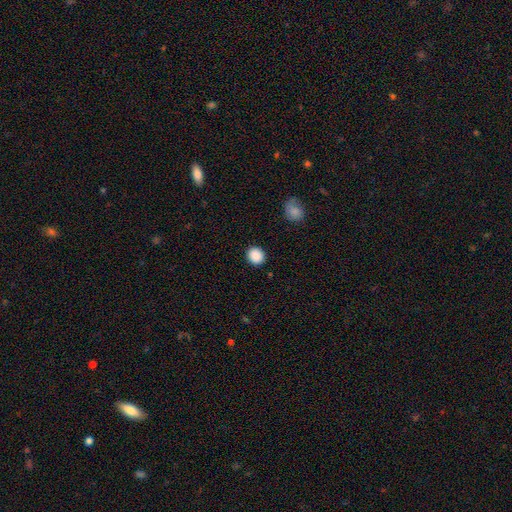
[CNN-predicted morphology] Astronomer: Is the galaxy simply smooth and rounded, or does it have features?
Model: smooth — 89%.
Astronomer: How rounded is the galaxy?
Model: round — 79%.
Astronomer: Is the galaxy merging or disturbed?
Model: none — 90%.